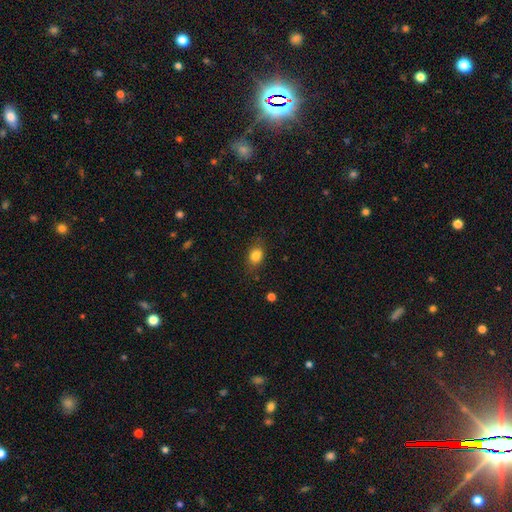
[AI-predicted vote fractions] Morphology: type=smooth (83%); roundness=in between (64%); merging=none (78%).